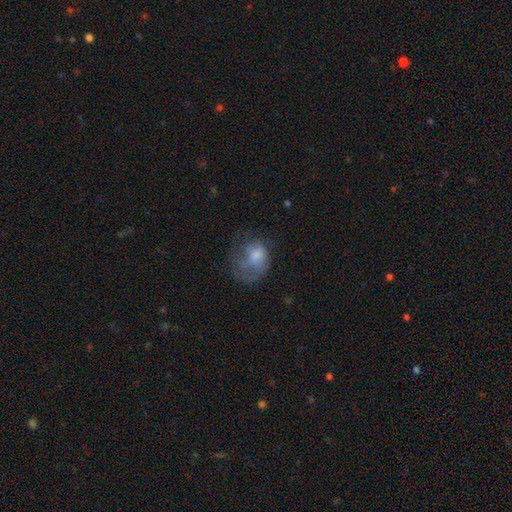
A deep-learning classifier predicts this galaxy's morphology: Smooth or featured? smooth (49%)
Merging? major disturbance (38%)